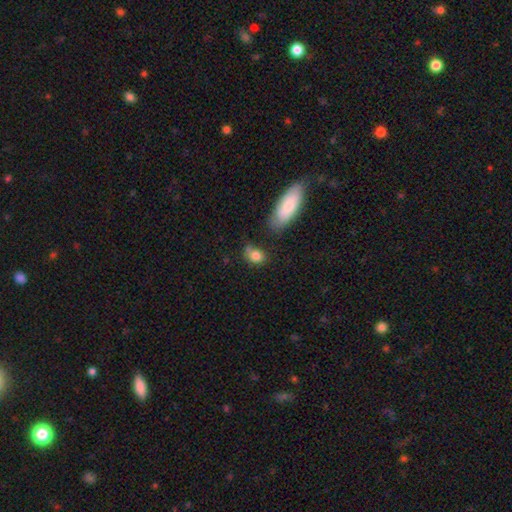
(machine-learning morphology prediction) This is clearly a smooth galaxy (80%). How rounded: likely in between (64%). Merging: possibly none (45%).